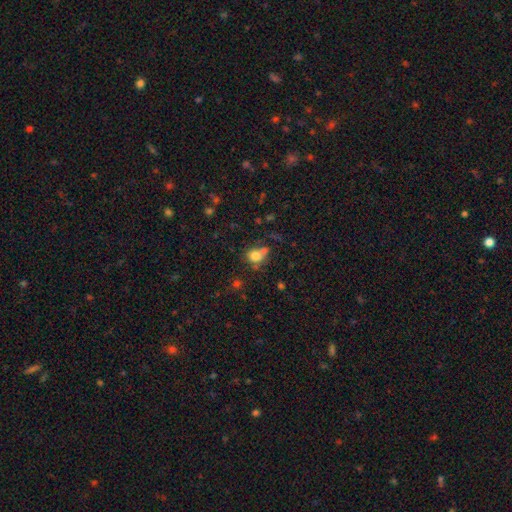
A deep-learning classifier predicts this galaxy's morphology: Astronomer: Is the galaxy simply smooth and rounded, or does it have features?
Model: smooth — 77%.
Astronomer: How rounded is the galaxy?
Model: round — 64%.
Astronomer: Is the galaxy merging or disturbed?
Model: none — 46% (runner-up: merger, 24%).